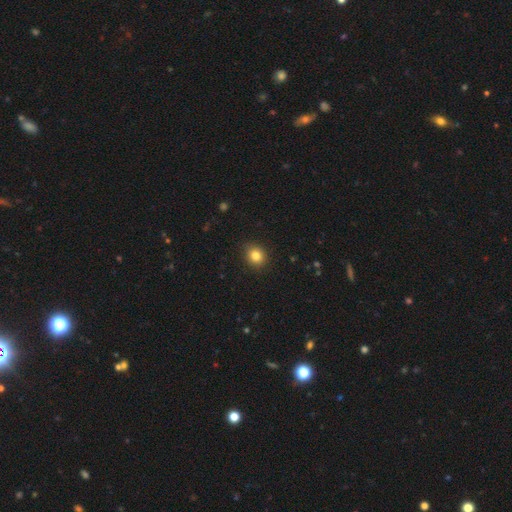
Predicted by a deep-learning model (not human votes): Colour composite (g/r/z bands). It shows a smooth galaxy with no disk features (84%) that is round (76%). Merging: none (89%).